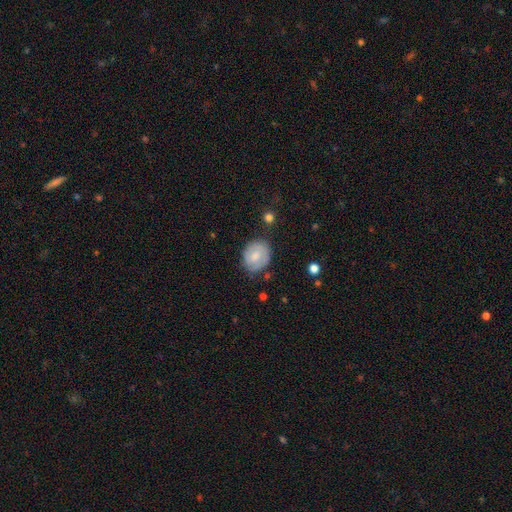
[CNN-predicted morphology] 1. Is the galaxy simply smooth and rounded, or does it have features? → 60% smooth, 33% featured or disk, 7% star or artifact.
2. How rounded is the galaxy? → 52% round, 47% in between, 1% cigar-shaped.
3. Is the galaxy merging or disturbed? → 69% none, 22% minor disturbance, 6% major disturbance, 2% merger.